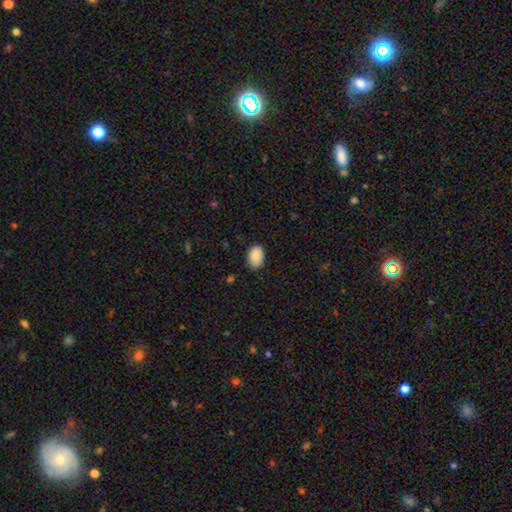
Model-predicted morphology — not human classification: Smooth or featured? smooth (90%)
How rounded? in between (86%)
Merging? none (82%)